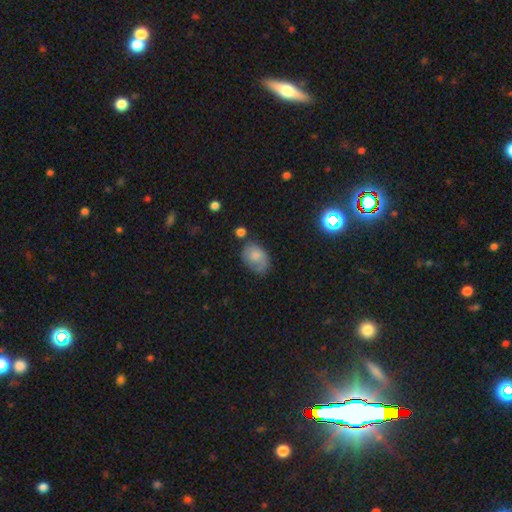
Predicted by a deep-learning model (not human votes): Overall: smooth (67%). How rounded: in between (78%). Merging: none (55%; minor disturbance 28%).